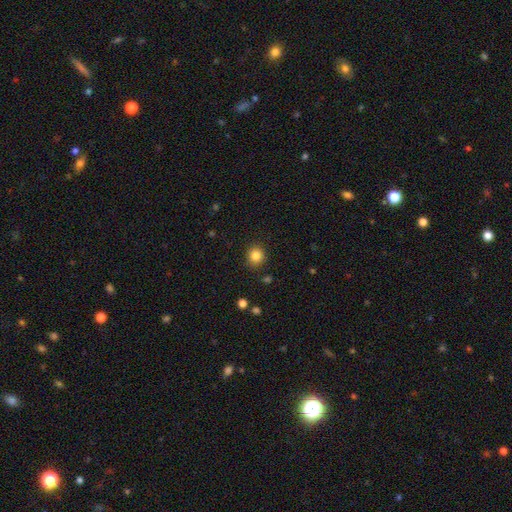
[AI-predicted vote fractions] Smooth or featured? smooth (84%)
How rounded? round (87%)
Merging? none (90%)